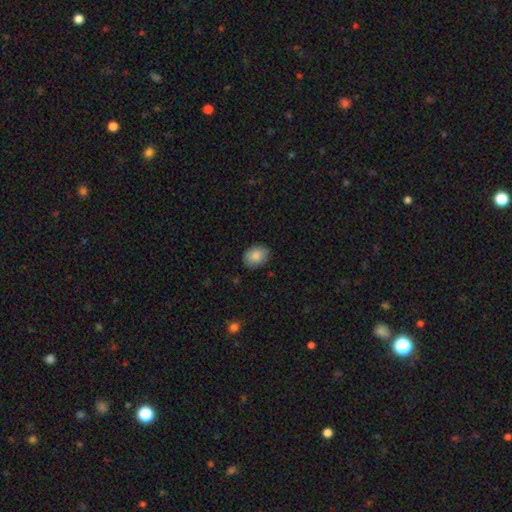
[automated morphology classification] Smooth or featured? Predicted: smooth (p=0.87). How rounded? Predicted: in between (p=0.57). Merging? Predicted: none (p=0.85).